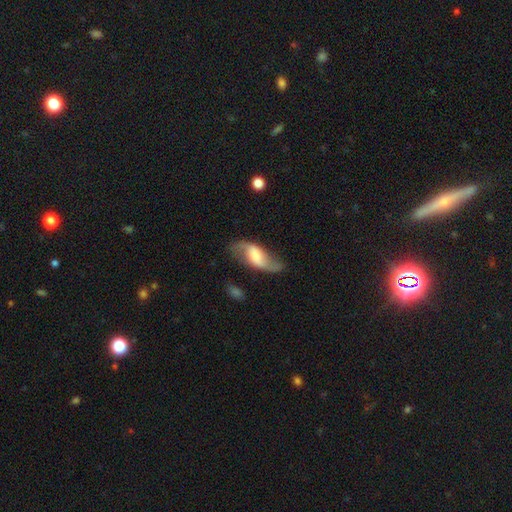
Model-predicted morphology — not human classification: The model was most divided on "bulge size": moderate: 33%, large: 24%, small: 24%, none: 15%, dominant: 4%. Remaining: edge-on disk — no (91%); spiral arm count — 2 (89%); spiral arms — yes (88%); spiral winding — loose (74%); smooth or featured — featured or disk (66%); merging — none (65%); bar — weak (44%).